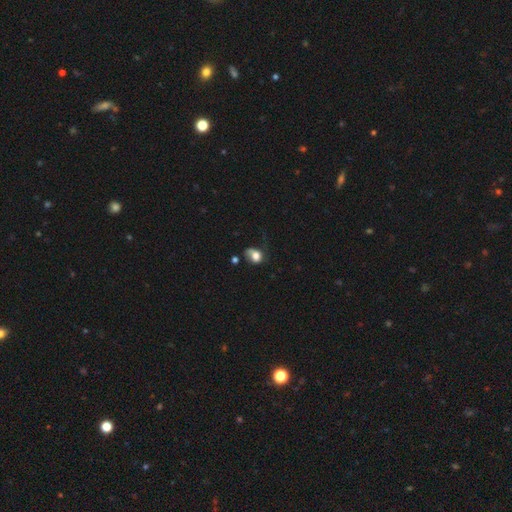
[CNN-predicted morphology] Smooth or featured? smooth (67%)
How rounded? in between (56%)
Merging? major disturbance (34%)